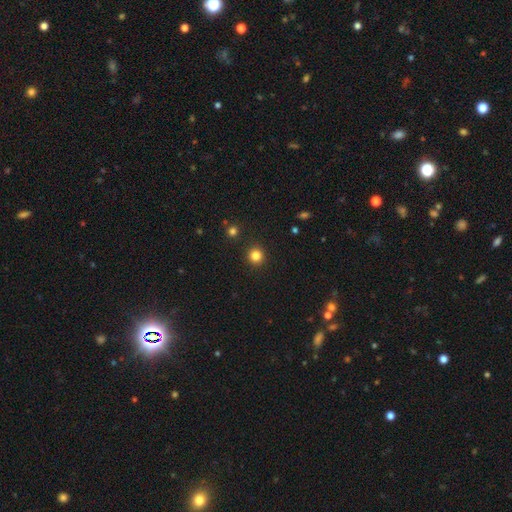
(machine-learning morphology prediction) Overall: smooth (83%). How rounded: round (94%). Merging: none (92%).